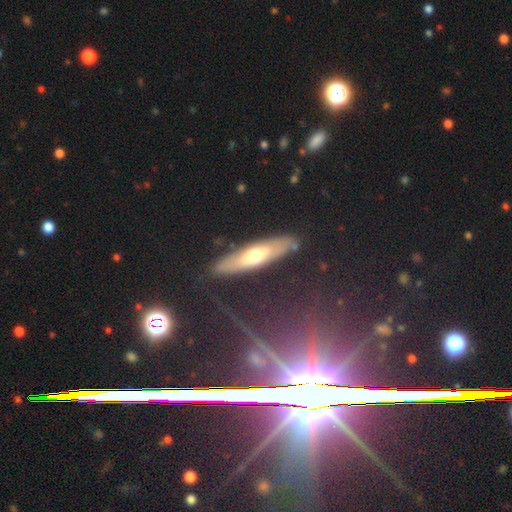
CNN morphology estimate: A featured or disk galaxy (49%). Merging: none (83%).